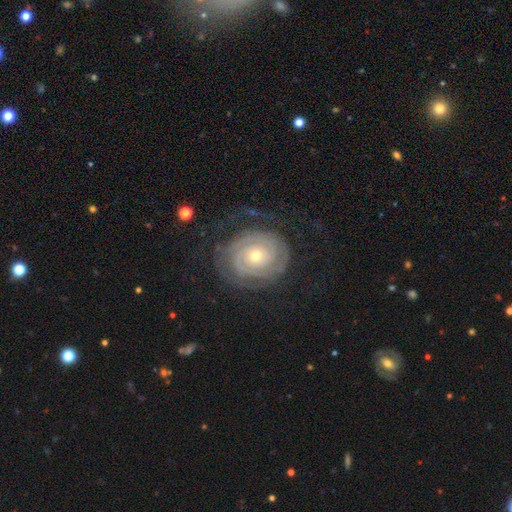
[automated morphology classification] featured or disk 86%, smooth 9%, star or artifact 6%. Down the decision tree: edge-on disk — no (97%); bar — no (79%); spiral arms — yes (95%); spiral arm count — 2 (44%); spiral winding — tight (83%); bulge size — small (60%); merging — none (70%).